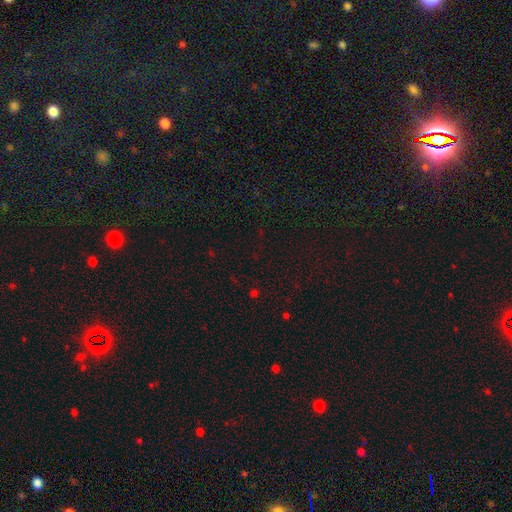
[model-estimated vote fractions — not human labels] The model was most divided on "smooth or featured": star or artifact: 67%, smooth: 26%, featured or disk: 7%.